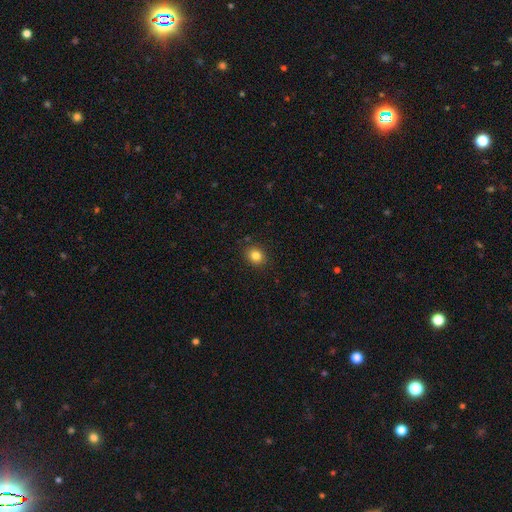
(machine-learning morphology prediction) Smooth or featured? smooth (82%)
How rounded? round (72%)
Merging? none (88%)